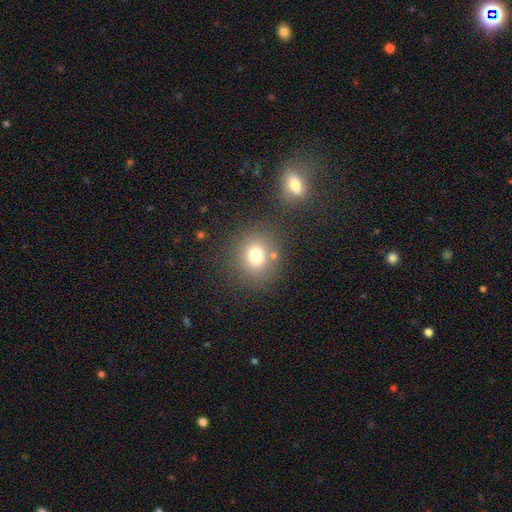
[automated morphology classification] Overall: smooth (74%). How rounded: round (82%). Merging: none (76%).